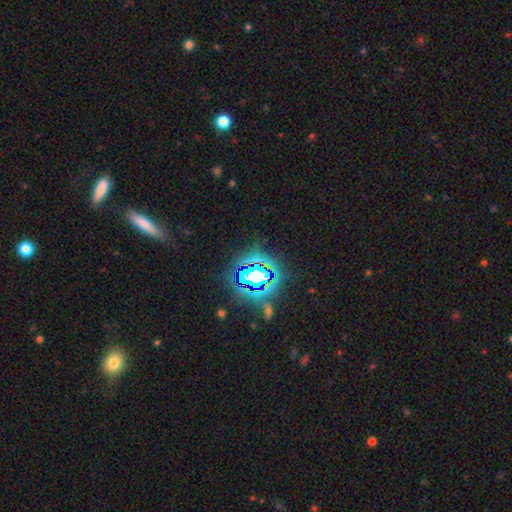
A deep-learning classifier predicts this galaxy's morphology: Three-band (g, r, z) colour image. It shows a star or artifact, not a galaxy (74%).